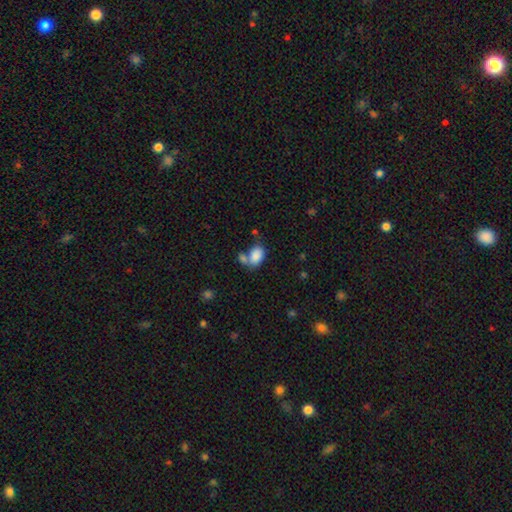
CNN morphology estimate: A smooth galaxy with no disk features (84%) that is in between round and cigar-shaped (87%).

Vote fractions:
- Smooth or featured? smooth: 84% / star or artifact: 8% / featured or disk: 7%
- How rounded? in between: 87% / round: 12% / cigar-shaped: 1%
- Merging? none: 40% / merger: 39% / minor disturbance: 14% / major disturbance: 7%